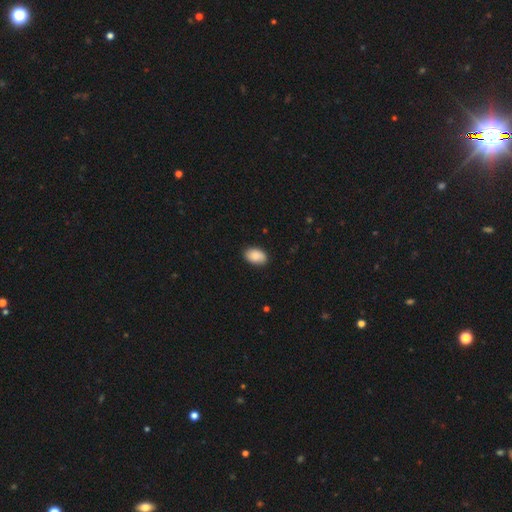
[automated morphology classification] Smooth or featured? smooth (89%)
How rounded? in between (89%)
Merging? none (87%)